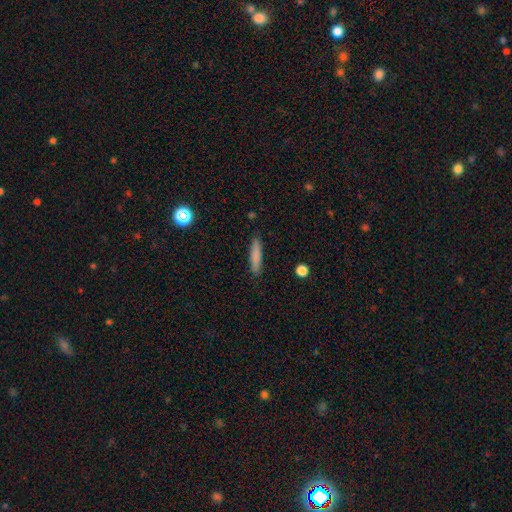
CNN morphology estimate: A smooth galaxy with no disk features (81%) that is cigar-shaped (86%).

Vote fractions:
- Smooth or featured? smooth: 81% / featured or disk: 11% / star or artifact: 7%
- How rounded? cigar-shaped: 86% / in between: 12% / round: 1%
- Merging? none: 88% / minor disturbance: 9% / major disturbance: 2% / merger: 1%